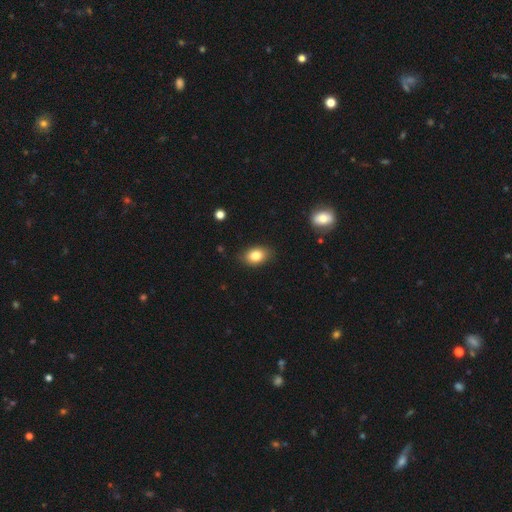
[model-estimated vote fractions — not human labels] This is clearly a smooth galaxy (82%). How rounded: likely in between (79%). Merging: clearly none (85%).